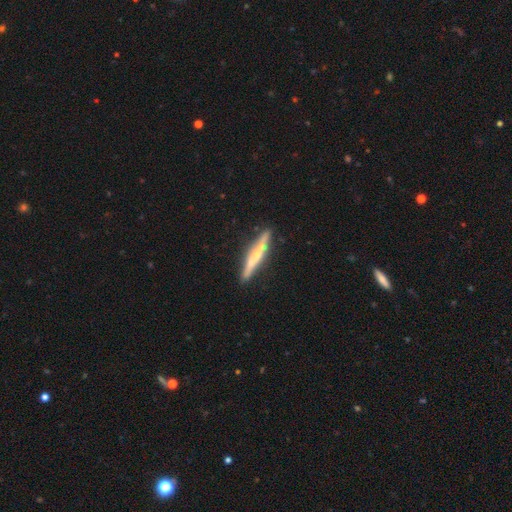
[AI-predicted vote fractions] Morphology: type=featured or disk (62%); edge-on=yes (96%); edge-on bulge=rounded (54%); merging=none (88%).